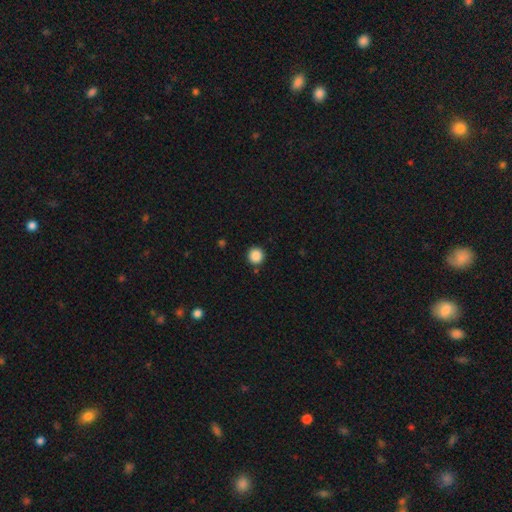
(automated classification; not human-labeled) Overall: smooth (87%). How rounded: round (95%). Merging: none (90%).